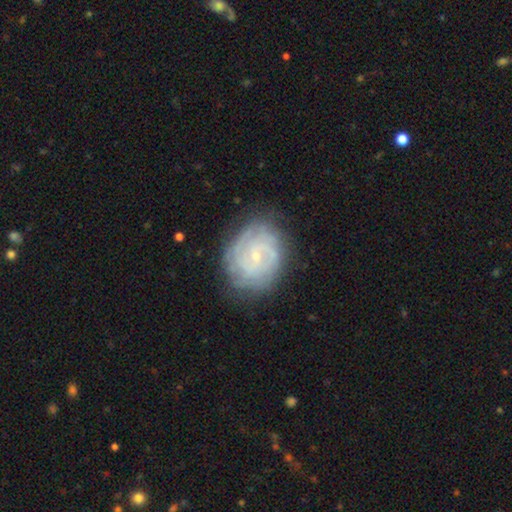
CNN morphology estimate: Smooth or featured?
  - featured or disk: 78% *
  - smooth: 15%
  - star or artifact: 7%
Edge-on disk?
  - no: 97% *
  - yes: 3%
Bar?
  - no: 65% *
  - weak: 30%
  - strong: 5%
Spiral arms?
  - yes: 93% *
  - no: 7%
Spiral winding?
  - tight: 72% *
  - medium: 22%
  - loose: 5%
Spiral arm count?
  - can't tell: 38% *
  - 2: 23%
  - 3: 15%
  - 4: 12%
  - more than 4: 6%
  - 1: 5%
Bulge size?
  - small: 80% *
  - moderate: 14%
  - none: 3%
  - large: 1%
  - dominant: 1%
Merging?
  - none: 78% *
  - minor disturbance: 16%
  - major disturbance: 5%
  - merger: 1%